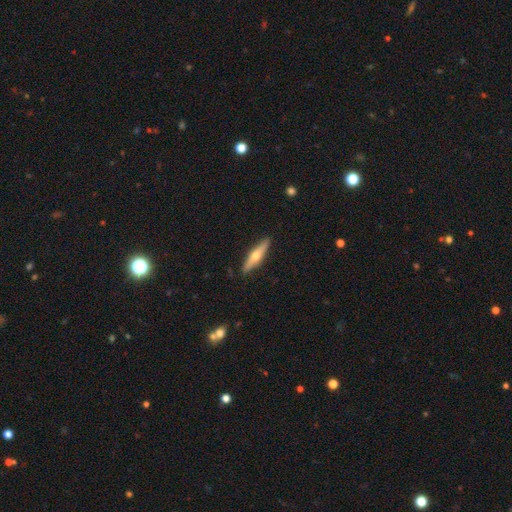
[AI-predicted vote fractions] Smooth or featured? featured or disk (55%)
Edge-on disk? yes (93%)
Edge-on bulge? rounded (92%)
Merging? none (90%)